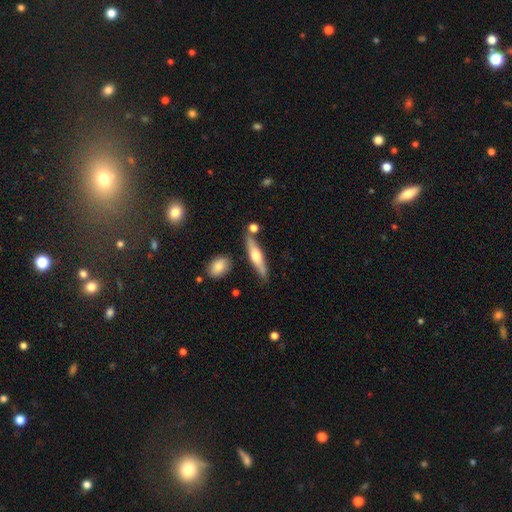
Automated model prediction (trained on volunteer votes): Smooth or featured? Predicted: featured or disk (p=0.50). Edge-on disk? Predicted: yes (p=0.92). Merging? Predicted: none (p=0.76).